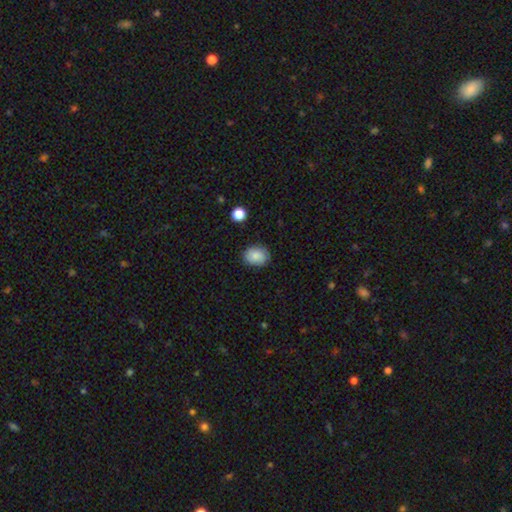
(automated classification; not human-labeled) A smooth galaxy with no disk features (85%) that is in between round and cigar-shaped (55%).

Vote fractions:
- Smooth or featured? smooth: 85% / star or artifact: 8% / featured or disk: 7%
- How rounded? in between: 55% / round: 44% / cigar-shaped: 1%
- Merging? none: 83% / minor disturbance: 13% / major disturbance: 3% / merger: 1%